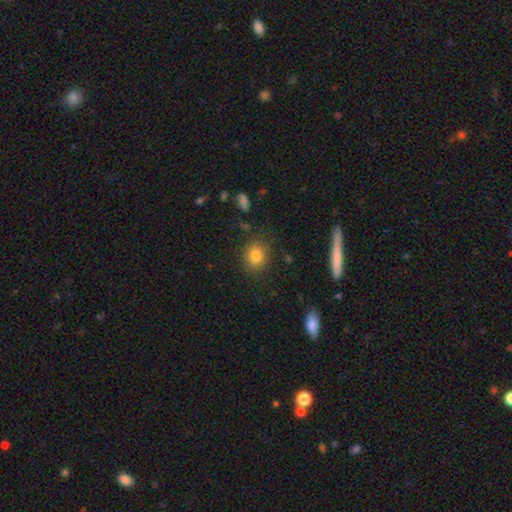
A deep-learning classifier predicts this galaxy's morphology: Smooth or featured? smooth (81%)
How rounded? round (64%)
Merging? none (83%)